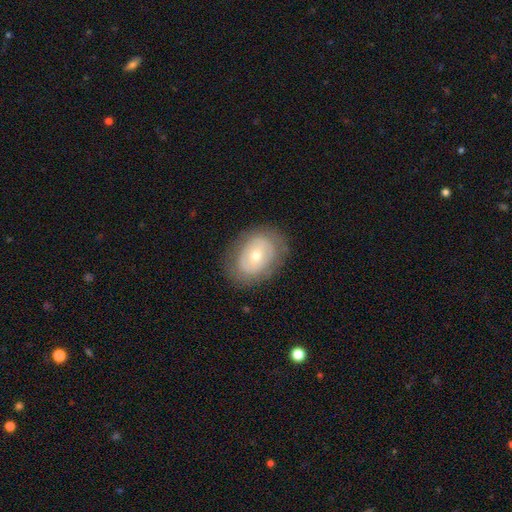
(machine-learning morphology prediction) This is possibly a smooth galaxy (46%, tied with featured or disk). Merging: likely none (78%).